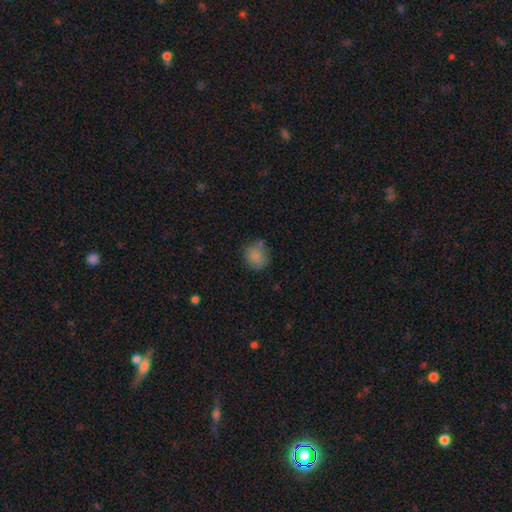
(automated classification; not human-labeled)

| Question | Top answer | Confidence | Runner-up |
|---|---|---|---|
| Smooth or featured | smooth | 83% | star or artifact (10%) |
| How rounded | round | 75% | in between (24%) |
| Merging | none | 69% | minor disturbance (19%) |